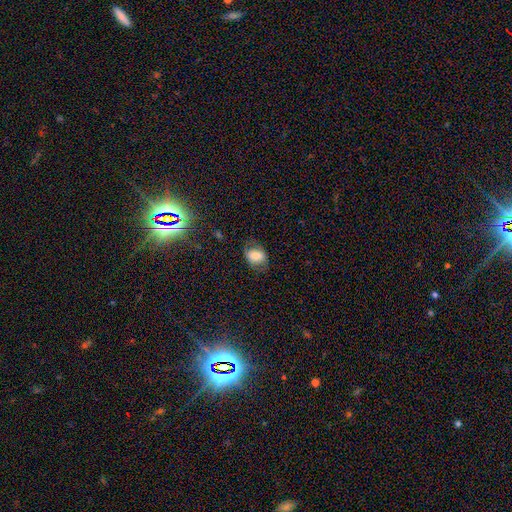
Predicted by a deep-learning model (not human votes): This is likely a smooth galaxy (72%). How rounded: likely in between (71%). Merging: likely none (66%).